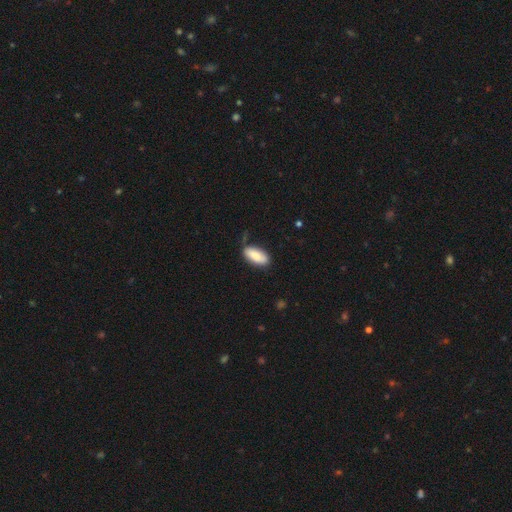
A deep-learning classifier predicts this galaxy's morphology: Overall: smooth (85%). How rounded: in between (88%). Merging: none (75%).